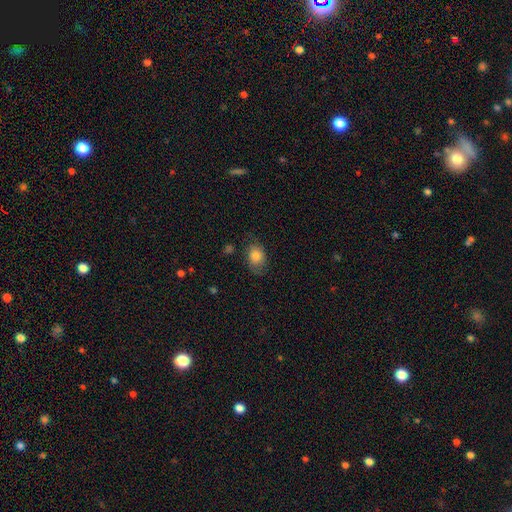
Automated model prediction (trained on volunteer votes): Q: Smooth or featured?
A: smooth (79%); runner-up: featured or disk (12%)
Q: How rounded?
A: in between (71%); runner-up: round (28%)
Q: Merging?
A: none (67%); runner-up: minor disturbance (24%)